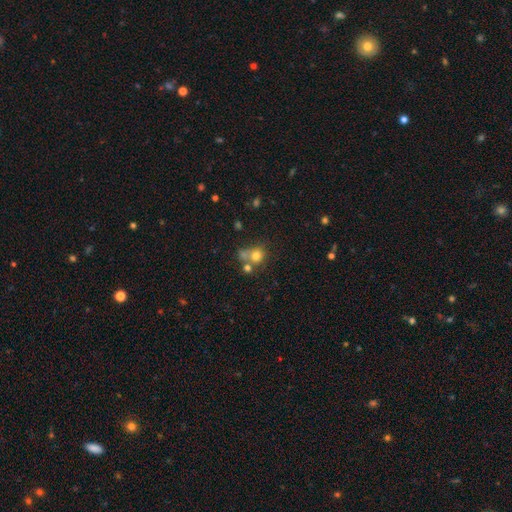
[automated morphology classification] This is likely a smooth galaxy (72%). How rounded: likely round (79%). Merging: marginally none (44%).